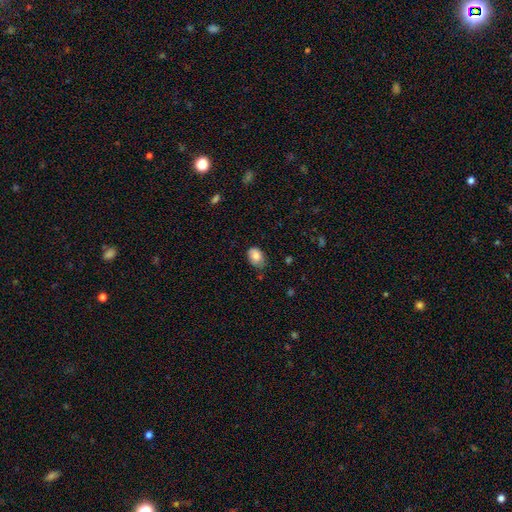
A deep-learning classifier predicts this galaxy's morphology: smooth_or_featured: smooth (p=0.82) [alt: featured or disk p=0.10]
how_rounded: in between (p=0.78) [alt: round p=0.21]
merging: none (p=0.63) [alt: minor disturbance p=0.30]